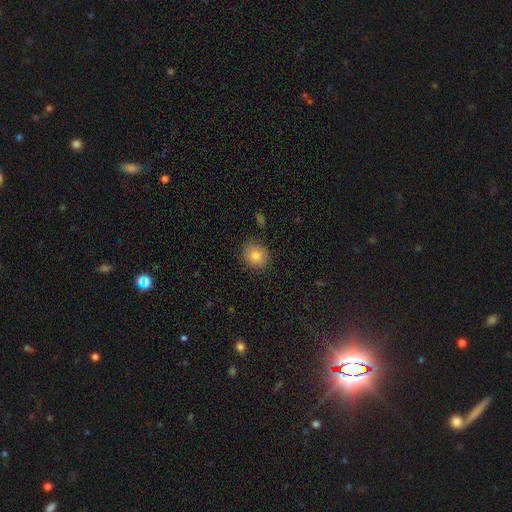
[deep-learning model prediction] smooth 81%, star or artifact 10%, featured or disk 9%. Down the decision tree: how rounded — round (76%); merging — none (83%).